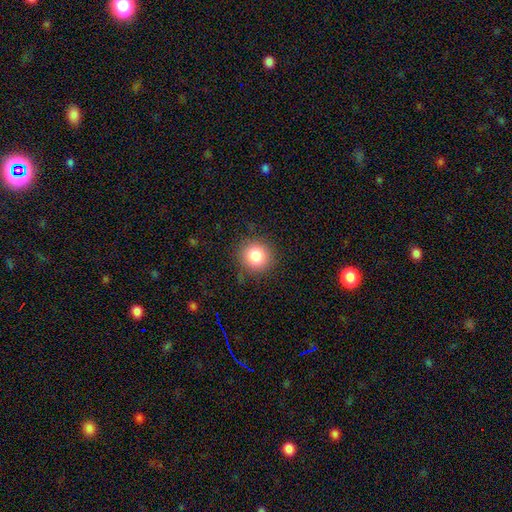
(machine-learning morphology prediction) This appears to be a smooth galaxy with no disk features (82%) that is round (92%). Merging: none (85%).